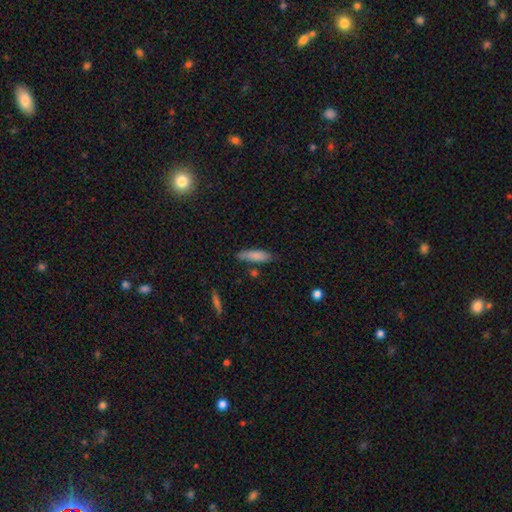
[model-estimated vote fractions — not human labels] smooth_or_featured: smooth (p=0.83) [alt: featured or disk p=0.11]
how_rounded: cigar-shaped (p=0.61) [alt: in between p=0.38]
merging: none (p=0.70) [alt: minor disturbance p=0.21]